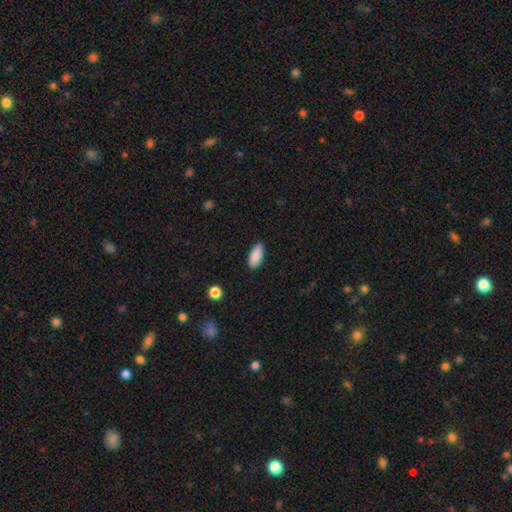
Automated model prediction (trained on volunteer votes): This is clearly a smooth galaxy (89%). How rounded: clearly in between (85%). Merging: clearly none (87%).